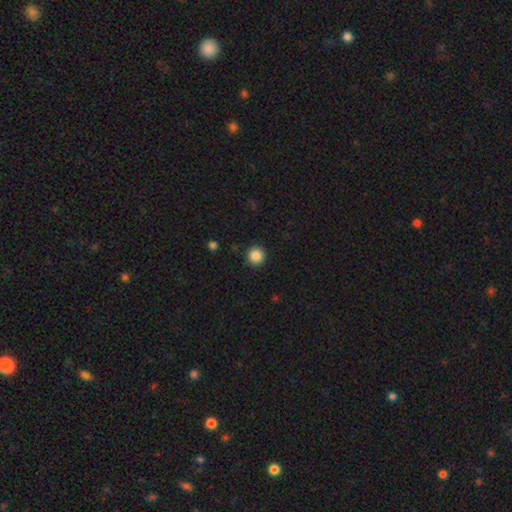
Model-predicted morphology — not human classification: type=smooth (86%); roundness=round (95%); merging=none (92%).